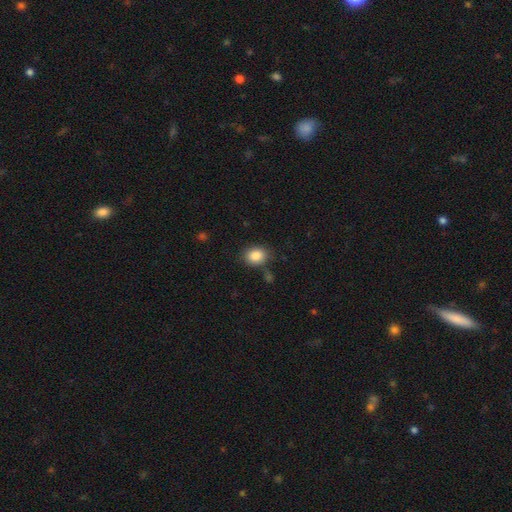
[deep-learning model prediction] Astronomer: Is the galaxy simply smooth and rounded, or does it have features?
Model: smooth — 87%.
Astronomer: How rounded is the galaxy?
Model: in between — 55% (runner-up: round, 44%).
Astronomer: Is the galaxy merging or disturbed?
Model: none — 79%.